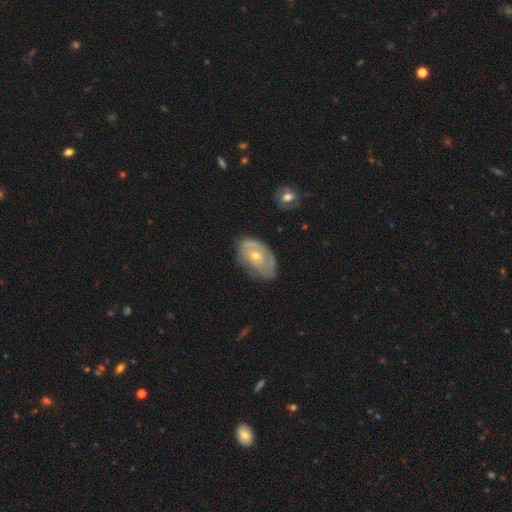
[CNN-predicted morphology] This appears to be a featured or disk galaxy (70%) with no bar (76%), spiral arms (72%) and a small central bulge (49%). Merging: none (65%).